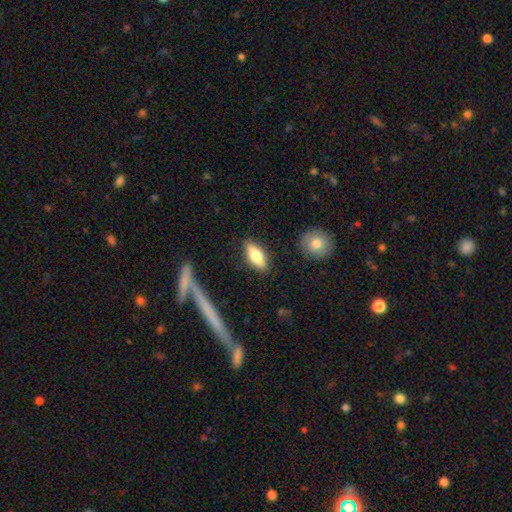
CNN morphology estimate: smooth 69%, featured or disk 24%, star or artifact 7%. Down the decision tree: how rounded — in between (74%); merging — none (85%).